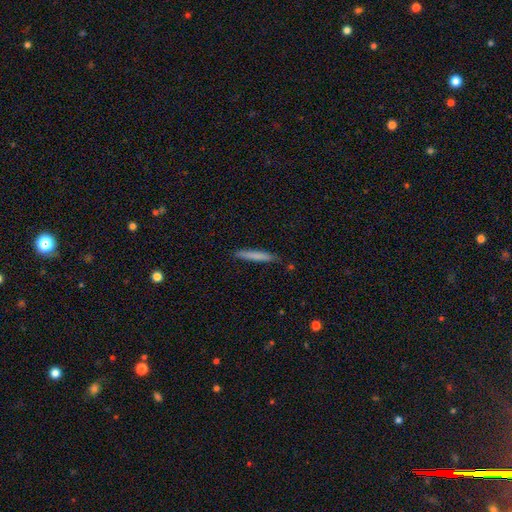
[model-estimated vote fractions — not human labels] Smooth or featured?
  - smooth: 76% *
  - featured or disk: 18%
  - star or artifact: 6%
How rounded?
  - cigar-shaped: 95% *
  - in between: 4%
  - round: 1%
Merging?
  - none: 87% *
  - minor disturbance: 10%
  - major disturbance: 2%
  - merger: 2%